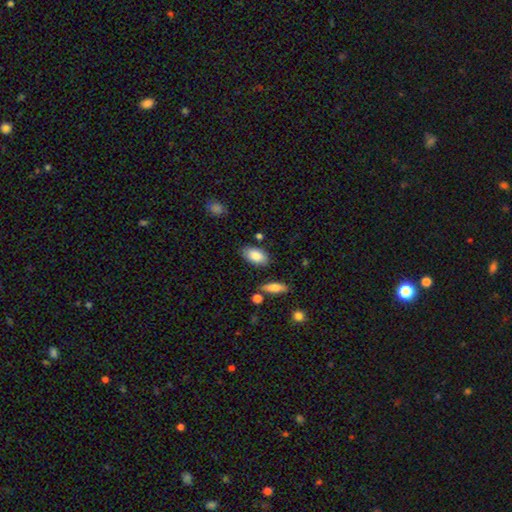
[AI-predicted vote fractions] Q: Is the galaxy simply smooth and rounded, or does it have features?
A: smooth — 83%.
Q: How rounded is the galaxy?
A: in between — 93%.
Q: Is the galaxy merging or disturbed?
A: none — 80%.